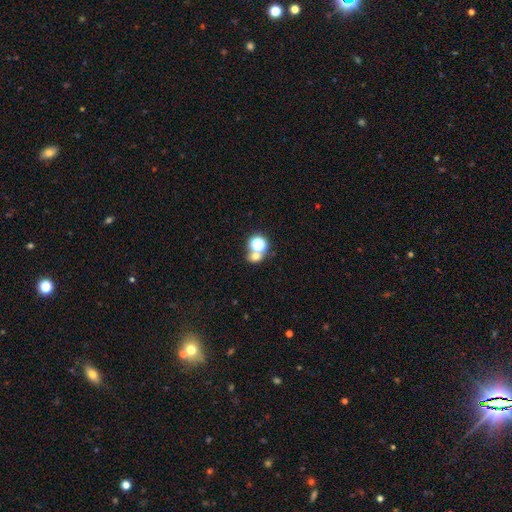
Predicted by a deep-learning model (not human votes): Smooth or featured?
  - smooth: 58% *
  - star or artifact: 31%
  - featured or disk: 11%
How rounded?
  - round: 72% *
  - in between: 26%
  - cigar-shaped: 1%
Merging?
  - none: 53% *
  - merger: 35%
  - minor disturbance: 7%
  - major disturbance: 4%